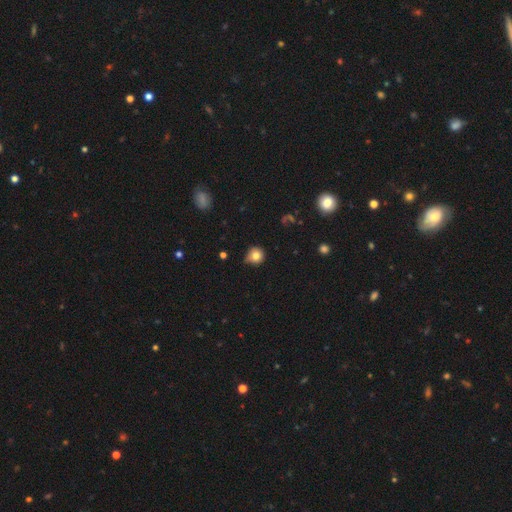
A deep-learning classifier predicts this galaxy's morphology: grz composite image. It shows a smooth galaxy with no disk features (79%) that is round (89%). Merging: none (60%).